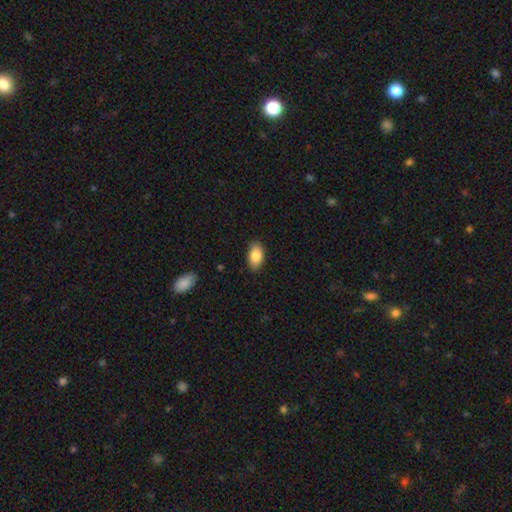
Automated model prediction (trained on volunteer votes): smooth-or-featured: smooth: 86% | featured or disk: 7% | star or artifact: 7%
  how-rounded: in between: 92% | round: 6% | cigar-shaped: 2%
  merging: none: 85% | minor disturbance: 12% | major disturbance: 2% | merger: 1%